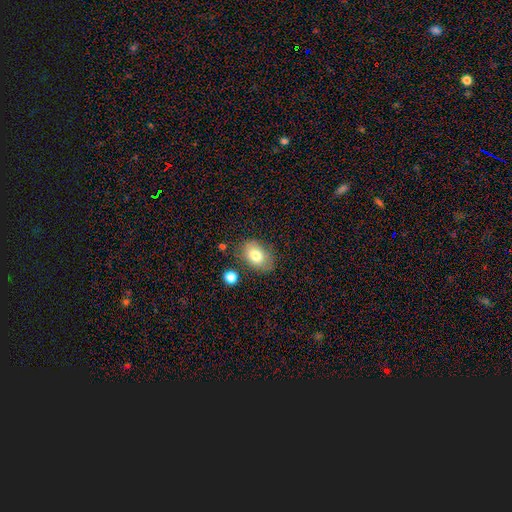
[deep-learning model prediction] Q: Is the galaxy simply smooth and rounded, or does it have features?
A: smooth — 77%.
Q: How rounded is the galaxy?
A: in between — 79%.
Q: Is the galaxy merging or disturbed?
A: none — 76%.